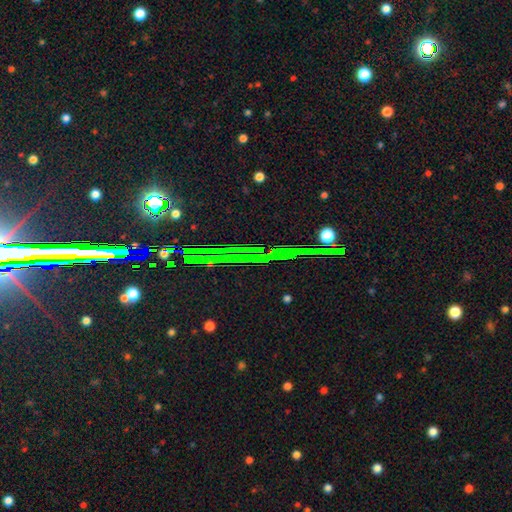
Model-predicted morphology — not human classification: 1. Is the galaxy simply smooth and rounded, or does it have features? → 80% star or artifact, 12% featured or disk, 8% smooth.